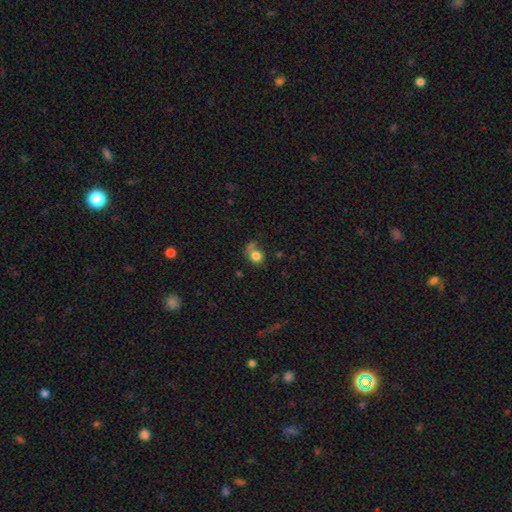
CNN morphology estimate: Smooth or featured? Predicted: smooth (p=0.79). How rounded? Predicted: round (p=0.71). Merging? Predicted: none (p=0.46).